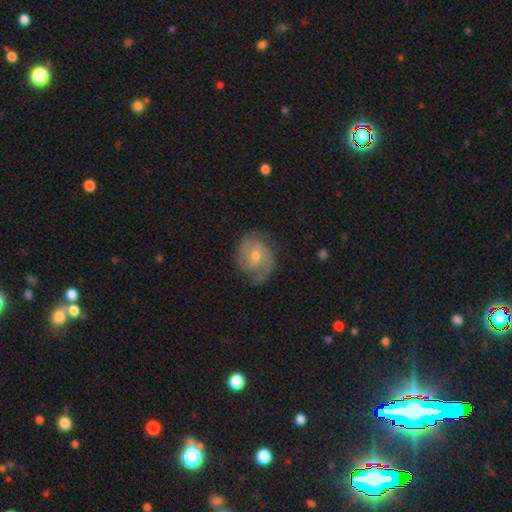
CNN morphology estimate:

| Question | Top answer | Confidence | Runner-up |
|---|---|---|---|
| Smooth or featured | featured or disk | 77% | smooth (16%) |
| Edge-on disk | no | 97% | yes (3%) |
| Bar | no | 55% | weak (38%) |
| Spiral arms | yes | 94% | no (6%) |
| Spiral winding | tight | 46% | medium (40%) |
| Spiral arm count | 2 | 52% | can't tell (18%) |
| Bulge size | small | 50% | moderate (47%) |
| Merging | none | 72% | minor disturbance (19%) |